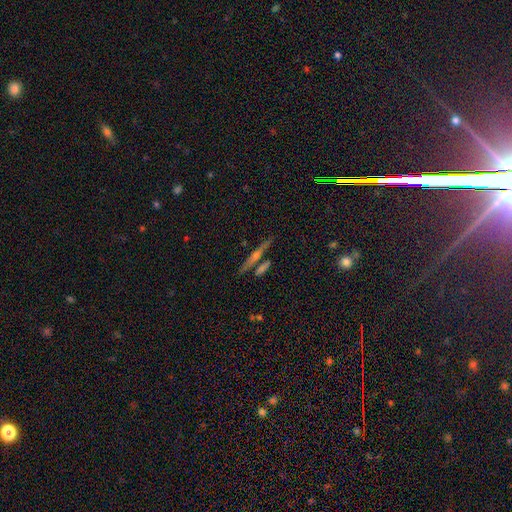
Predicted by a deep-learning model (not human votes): smooth-or-featured: featured or disk: 64% | smooth: 26% | star or artifact: 11%
  disk-edge-on: yes: 96% | no: 4%
    edge-on-bulge: rounded: 58% | none: 32% | boxy: 10%
  merging: none: 80% | merger: 9% | minor disturbance: 9% | major disturbance: 3%